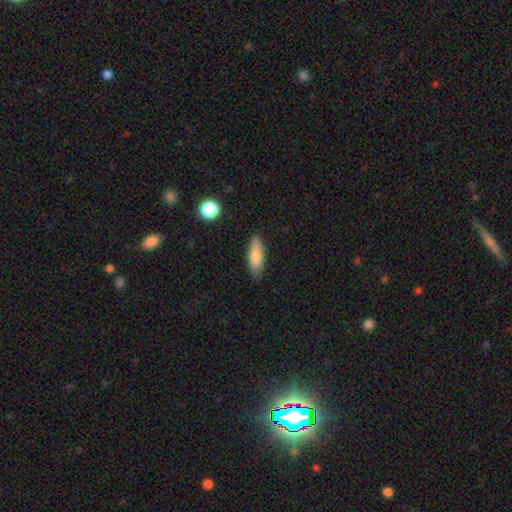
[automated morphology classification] smooth 82%, featured or disk 11%, star or artifact 7%. Down the decision tree: how rounded — in between (63%); merging — none (78%).